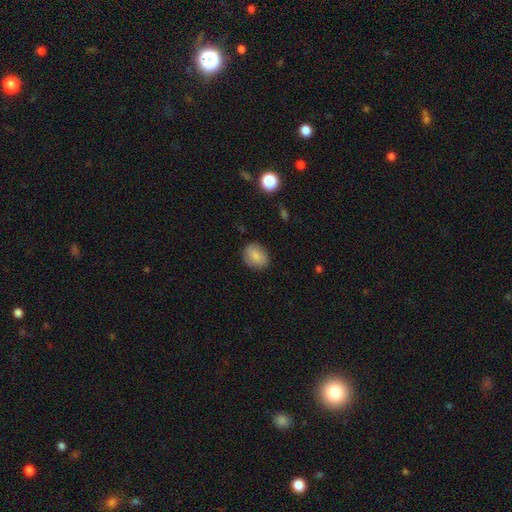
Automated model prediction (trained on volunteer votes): Smooth or featured? smooth (84%)
How rounded? in between (51%)
Merging? none (82%)